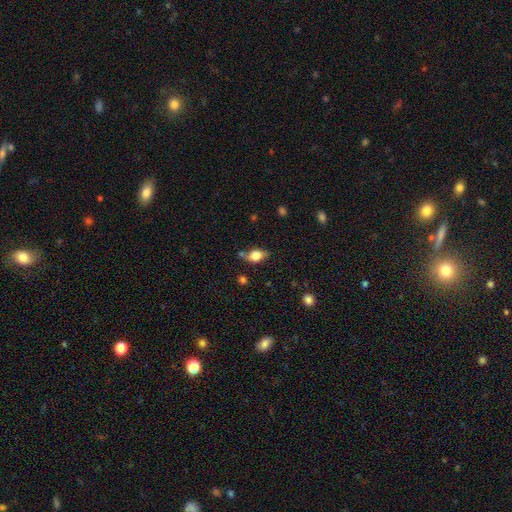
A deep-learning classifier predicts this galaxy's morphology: smooth_or_featured: smooth (p=0.75) [alt: featured or disk p=0.16]
how_rounded: in between (p=0.78) [alt: round p=0.18]
merging: none (p=0.66) [alt: minor disturbance p=0.22]